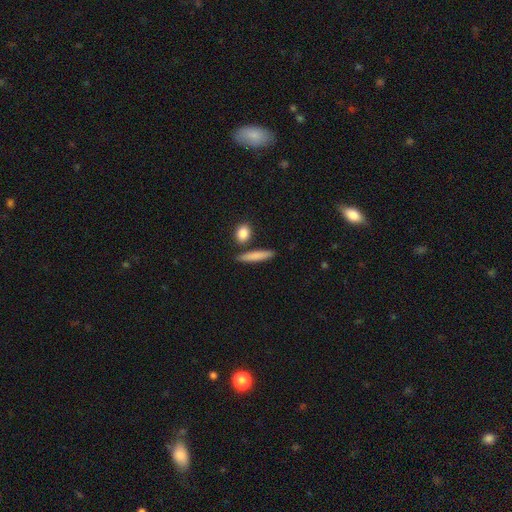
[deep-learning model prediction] Smooth or featured? smooth (81%)
How rounded? cigar-shaped (80%)
Merging? none (81%)